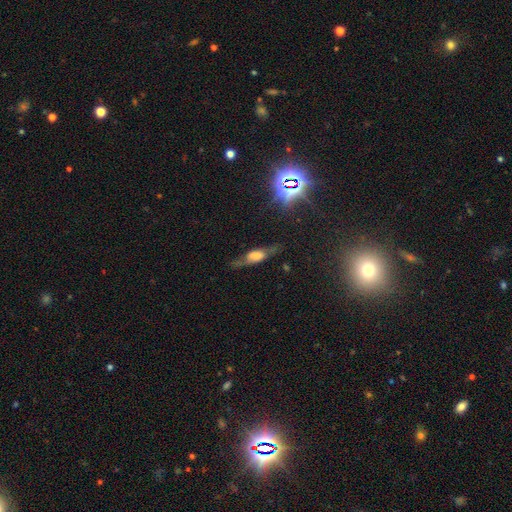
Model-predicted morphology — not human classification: Overall: featured or disk (51%; smooth 37%). Edge-on disk: yes (70%). Merging: none (67%).